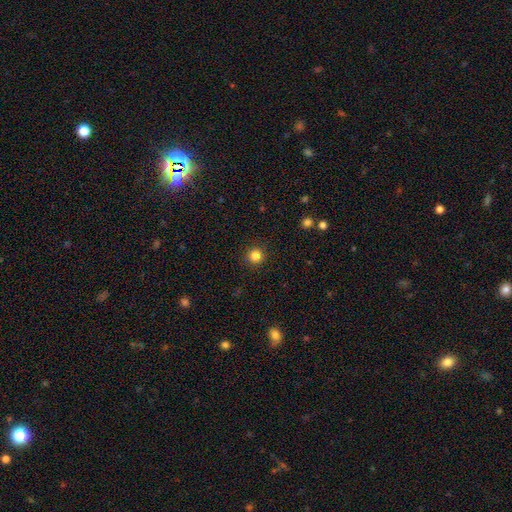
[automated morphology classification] smooth-or-featured: smooth: 84% | star or artifact: 12% | featured or disk: 4%
  how-rounded: round: 94% | in between: 5% | cigar-shaped: 1%
  merging: none: 90% | minor disturbance: 6% | major disturbance: 2% | merger: 1%